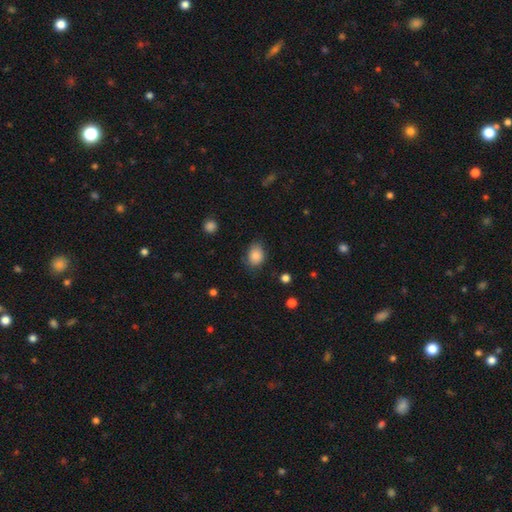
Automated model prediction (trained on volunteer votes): A smooth galaxy with no disk features (85%) that is in between round and cigar-shaped (54%).

Vote fractions:
- Smooth or featured? smooth: 85% / star or artifact: 9% / featured or disk: 6%
- How rounded? in between: 54% / round: 45% / cigar-shaped: 1%
- Merging? none: 68% / minor disturbance: 24% / major disturbance: 6% / merger: 2%